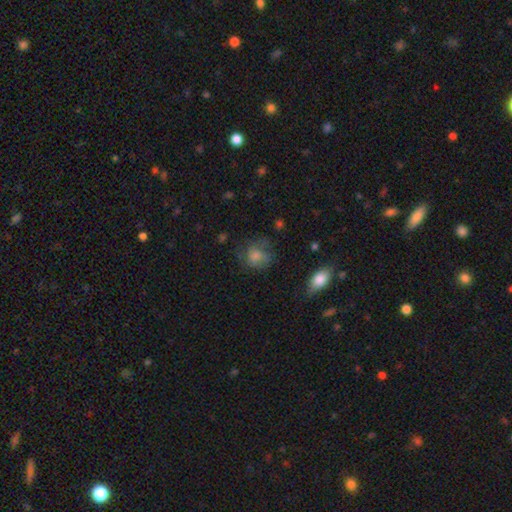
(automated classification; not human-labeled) Smooth or featured? Predicted: smooth (p=0.67). How rounded? Predicted: round (p=0.68). Merging? Predicted: none (p=0.56).